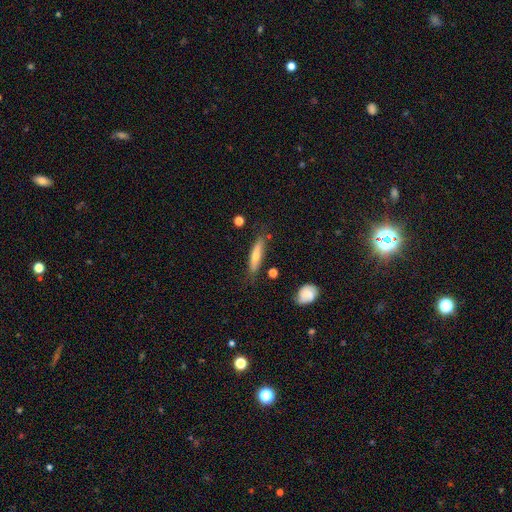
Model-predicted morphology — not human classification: smooth_or_featured: smooth (p=0.52) [alt: featured or disk p=0.38]
how_rounded: cigar-shaped (p=0.82) [alt: in between p=0.15]
merging: none (p=0.81) [alt: minor disturbance p=0.14]